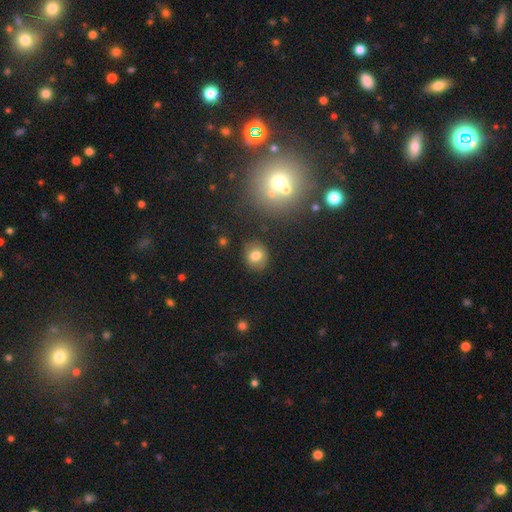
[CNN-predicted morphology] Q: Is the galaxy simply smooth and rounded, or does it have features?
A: smooth — 78%.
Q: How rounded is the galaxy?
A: round — 74%.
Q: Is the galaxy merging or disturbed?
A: none — 85%.